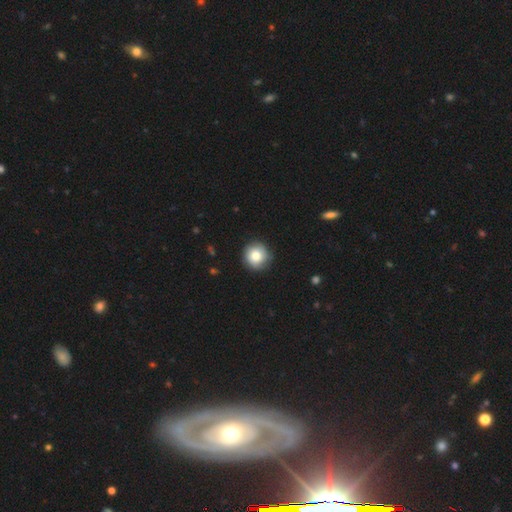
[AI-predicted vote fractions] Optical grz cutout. It shows a smooth galaxy with no disk features (74%) that is round (94%). Merging: none (86%).